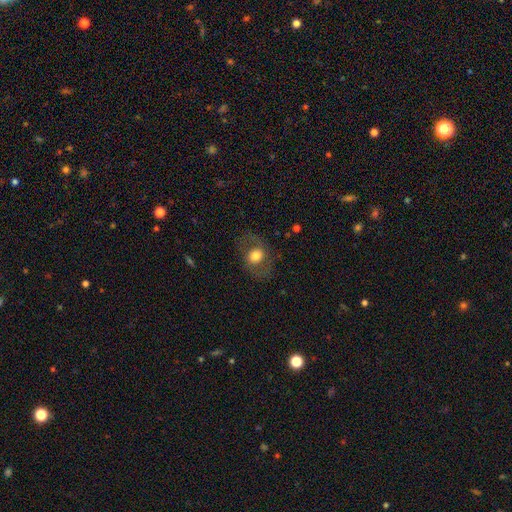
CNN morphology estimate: Q: Smooth or featured?
A: smooth (58%); runner-up: featured or disk (33%)
Q: How rounded?
A: round (52%); runner-up: in between (47%)
Q: Merging?
A: none (73%); runner-up: minor disturbance (14%)